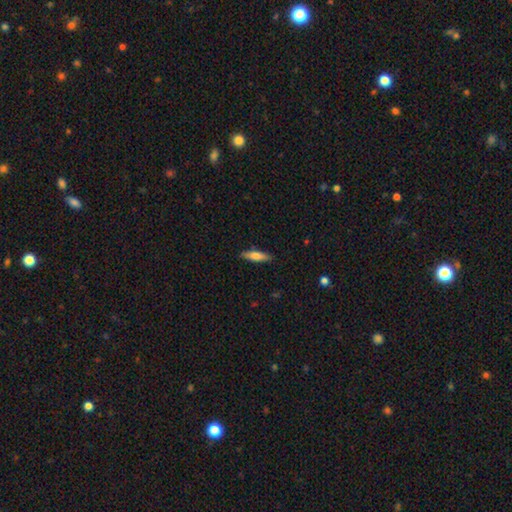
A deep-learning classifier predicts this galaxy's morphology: A smooth galaxy with no disk features (67%) that is cigar-shaped (71%).

Vote fractions:
- Smooth or featured? smooth: 67% / featured or disk: 27% / star or artifact: 6%
- How rounded? cigar-shaped: 71% / in between: 27% / round: 2%
- Merging? none: 87% / minor disturbance: 10% / major disturbance: 2% / merger: 1%